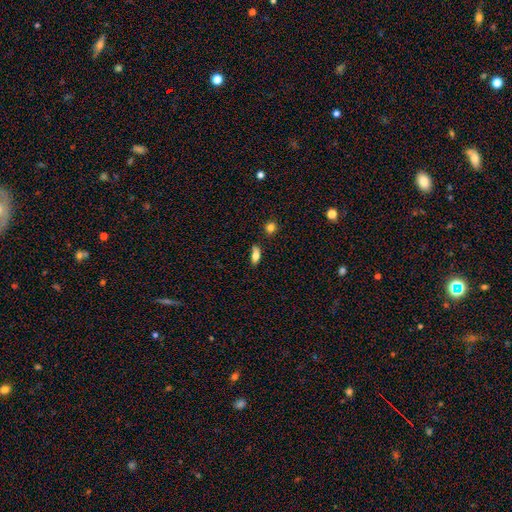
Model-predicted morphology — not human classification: This appears to be a smooth galaxy with no disk features (76%) that is in between round and cigar-shaped (76%). Merging: none (73%).